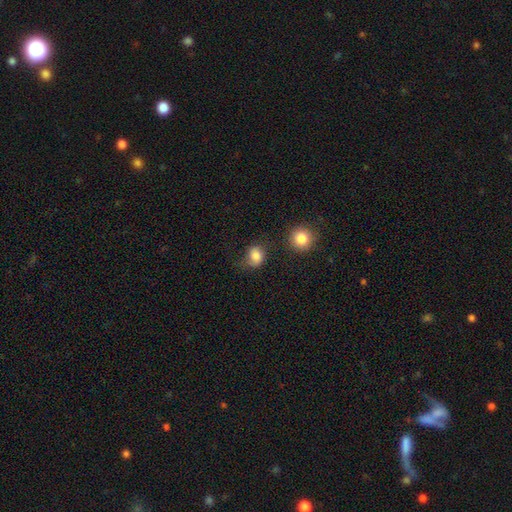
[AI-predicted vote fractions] A smooth galaxy with no disk features (82%) that is round (58%). Merging: none (57%).